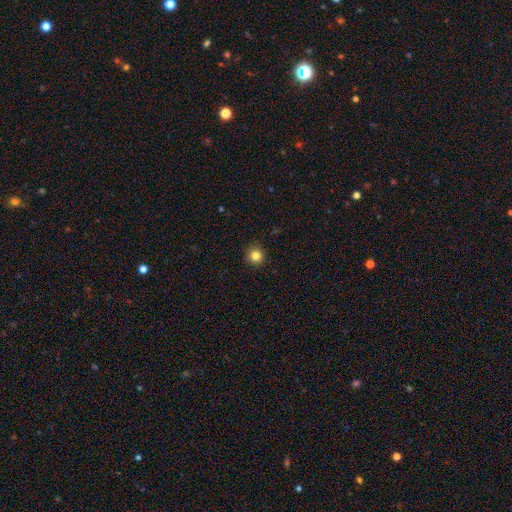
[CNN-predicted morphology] The model was most divided on "smooth or featured": smooth: 83%, star or artifact: 12%, featured or disk: 5%. More confident: how rounded — round (94%); merging — none (91%).